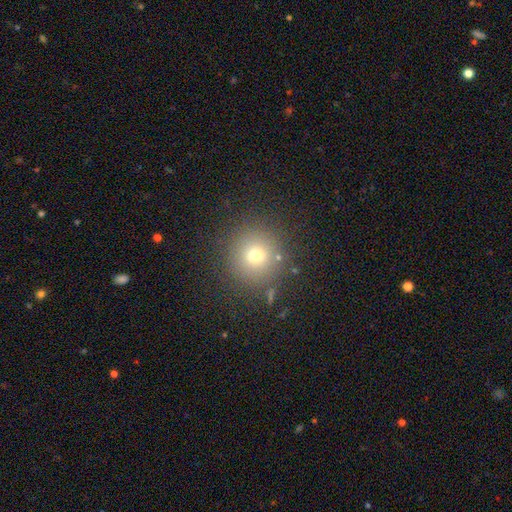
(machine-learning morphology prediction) Smooth or featured: smooth — 71% (star or artifact — 18%)
How rounded: round — 94% (in between — 5%)
Merging: none — 86% (minor disturbance — 8%)